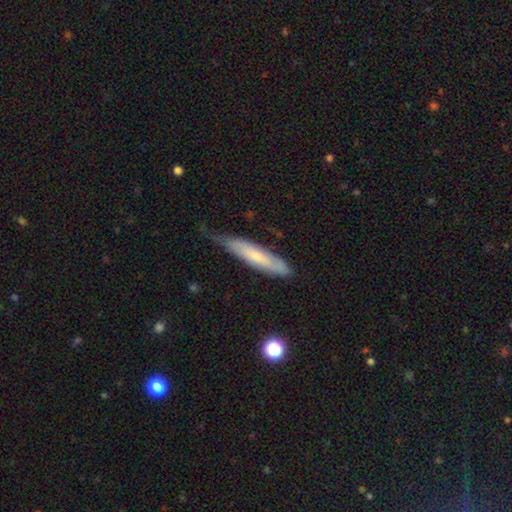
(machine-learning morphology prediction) The model was most divided on "merging": none: 49%, minor disturbance: 38%, major disturbance: 11%, merger: 2%. More confident: how rounded — cigar-shaped (82%); smooth or featured — smooth (55%).